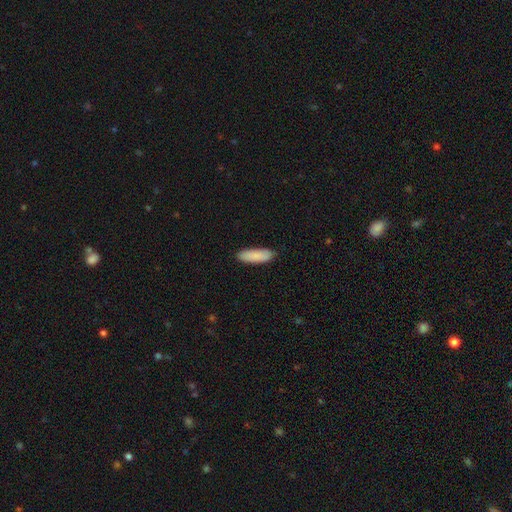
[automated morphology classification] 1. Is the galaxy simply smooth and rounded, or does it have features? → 89% smooth, 6% featured or disk, 5% star or artifact.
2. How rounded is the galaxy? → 61% in between, 37% cigar-shaped, 2% round.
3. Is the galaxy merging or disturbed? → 87% none, 10% minor disturbance, 2% major disturbance, 1% merger.